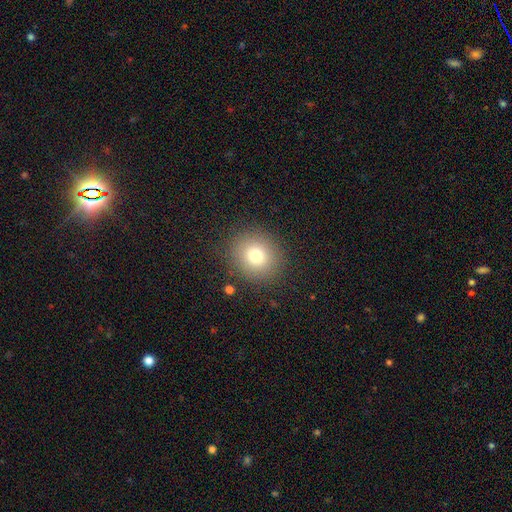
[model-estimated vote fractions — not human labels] smooth 76%, star or artifact 14%, featured or disk 10%. Down the decision tree: how rounded — round (86%); merging — none (87%).